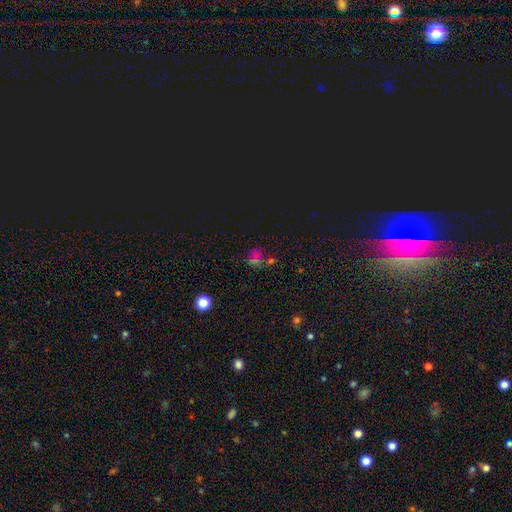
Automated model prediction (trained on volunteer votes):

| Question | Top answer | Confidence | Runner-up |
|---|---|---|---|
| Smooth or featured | star or artifact | 53% | smooth (36%) |